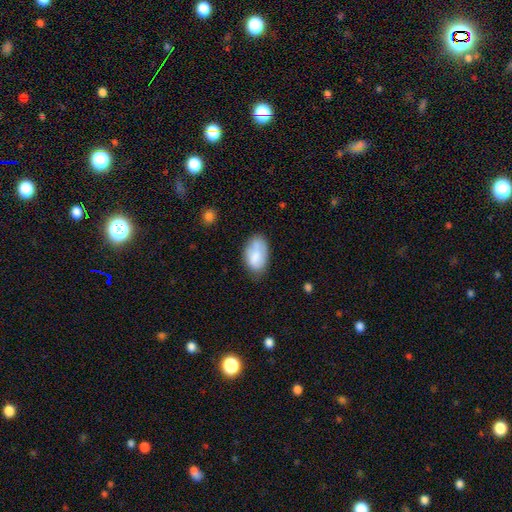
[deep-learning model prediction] smooth 74%, featured or disk 19%, star or artifact 7%. Down the decision tree: how rounded — in between (93%); merging — none (62%).